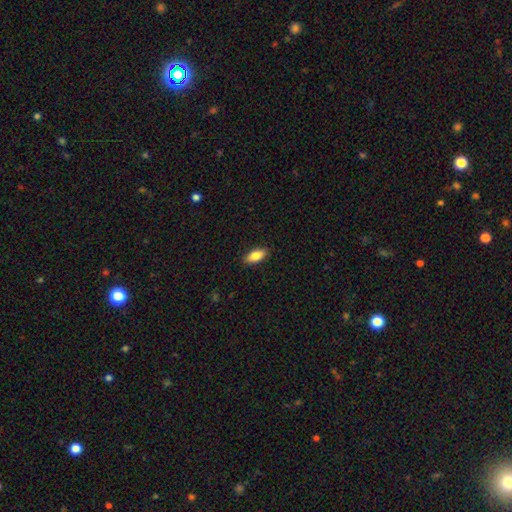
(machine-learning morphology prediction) Q: Smooth or featured?
A: smooth (84%); runner-up: featured or disk (9%)
Q: How rounded?
A: in between (87%); runner-up: cigar-shaped (11%)
Q: Merging?
A: none (89%); runner-up: minor disturbance (8%)